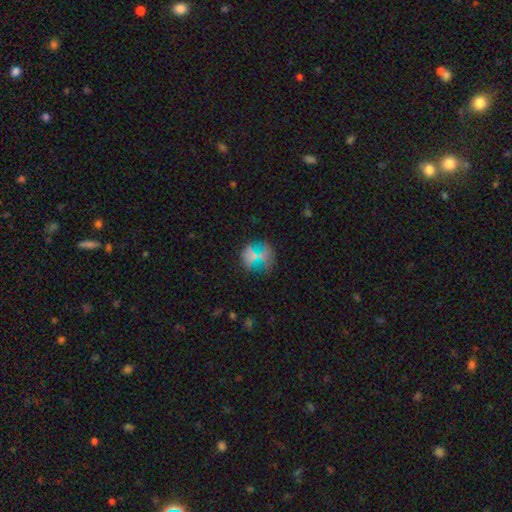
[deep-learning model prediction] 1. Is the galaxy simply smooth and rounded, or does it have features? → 57% smooth, 28% star or artifact, 15% featured or disk.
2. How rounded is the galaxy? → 89% round, 10% in between, 2% cigar-shaped.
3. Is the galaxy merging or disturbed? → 73% none, 14% minor disturbance, 7% major disturbance, 6% merger.